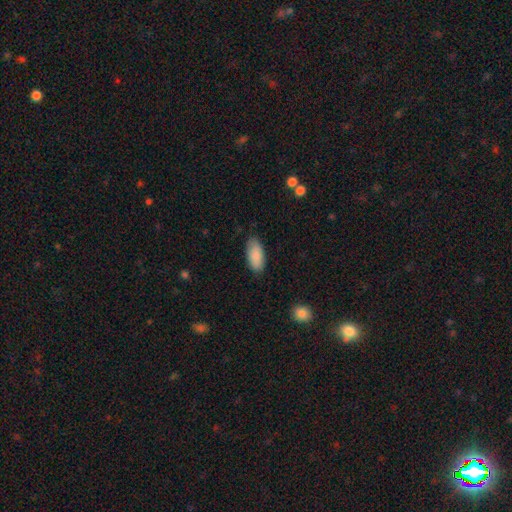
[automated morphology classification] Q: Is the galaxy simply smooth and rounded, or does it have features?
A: smooth — 86%.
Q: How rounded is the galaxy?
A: in between — 91%.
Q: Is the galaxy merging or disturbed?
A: none — 83%.